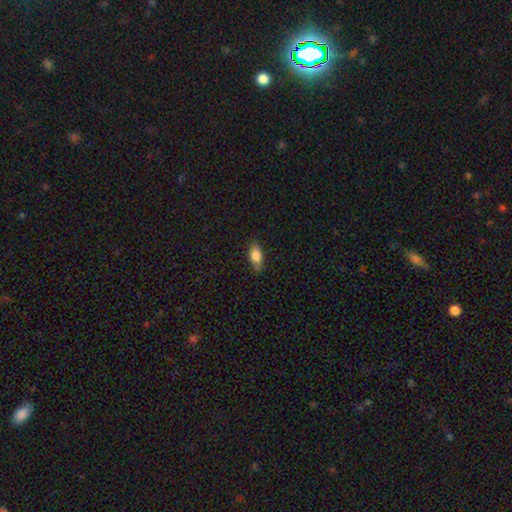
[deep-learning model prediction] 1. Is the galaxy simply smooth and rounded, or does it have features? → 82% smooth, 11% featured or disk, 7% star or artifact.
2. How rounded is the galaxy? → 85% in between, 11% cigar-shaped, 5% round.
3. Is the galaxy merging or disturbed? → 83% none, 13% minor disturbance, 3% major disturbance, 1% merger.